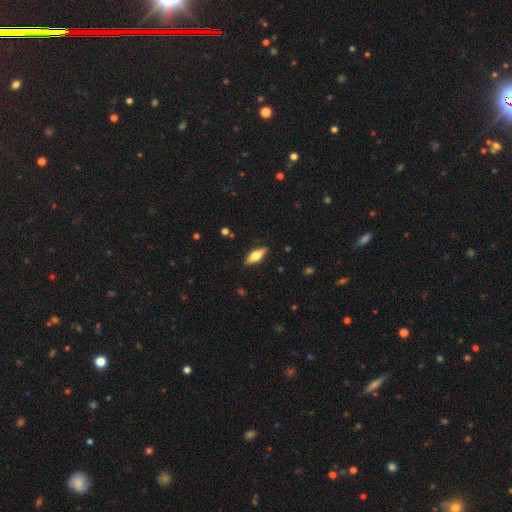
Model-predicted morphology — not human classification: smooth 55%, featured or disk 38%, star or artifact 6%. Down the decision tree: how rounded — in between (70%); merging — none (88%).